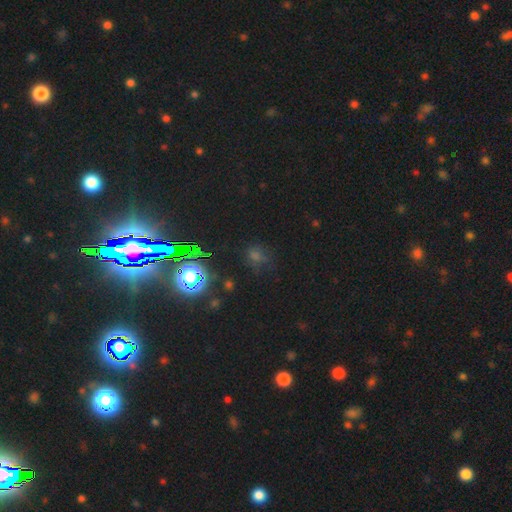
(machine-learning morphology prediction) smooth-or-featured: star or artifact: 57% | smooth: 33% | featured or disk: 10%